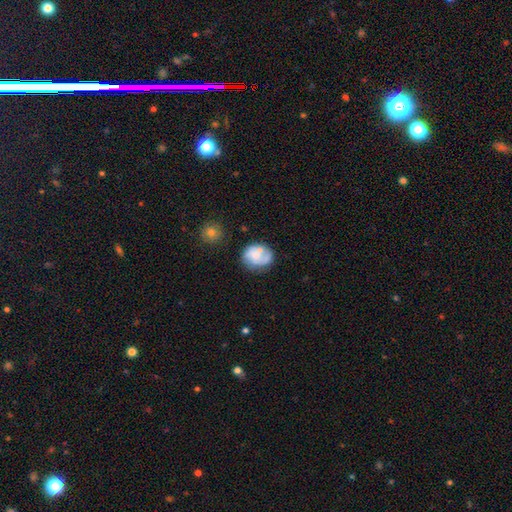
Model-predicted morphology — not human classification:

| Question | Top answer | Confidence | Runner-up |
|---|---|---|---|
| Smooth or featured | smooth | 52% | featured or disk (41%) |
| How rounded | round | 60% | in between (39%) |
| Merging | none | 52% | minor disturbance (24%) |